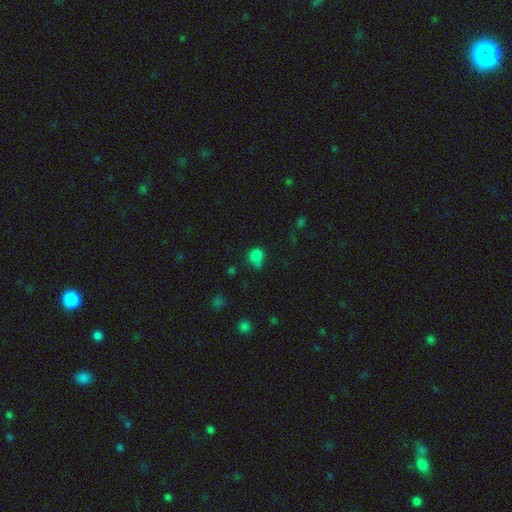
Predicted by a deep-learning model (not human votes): smooth 81%, star or artifact 13%, featured or disk 6%. Down the decision tree: how rounded — round (77%); merging — none (50%).